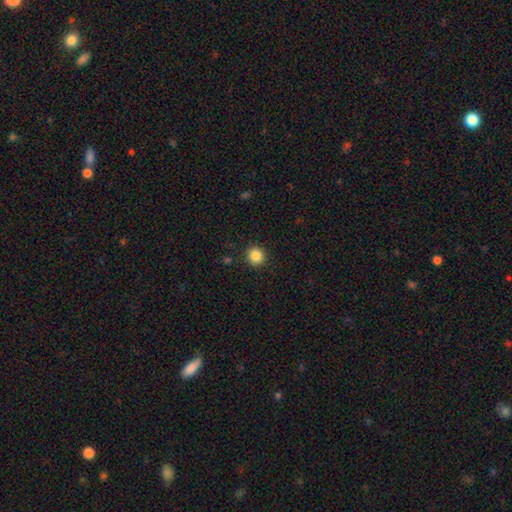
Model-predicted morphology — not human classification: This appears to be a smooth galaxy with no disk features (85%) that is round (90%). Merging: none (91%).